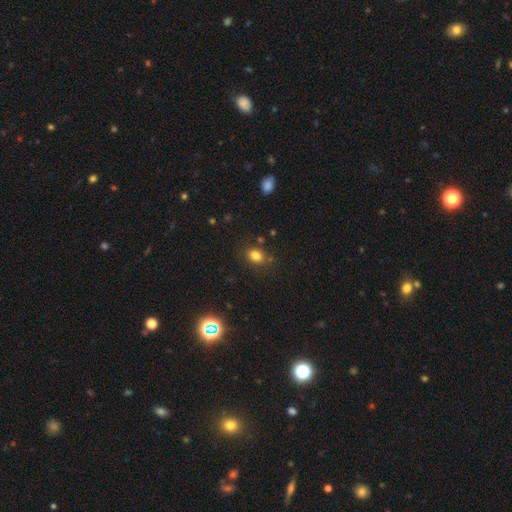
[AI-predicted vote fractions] The model was most divided on "how rounded": in between: 58%, round: 41%, cigar-shaped: 1%. More confident: merging — none (79%); smooth or featured — smooth (79%).